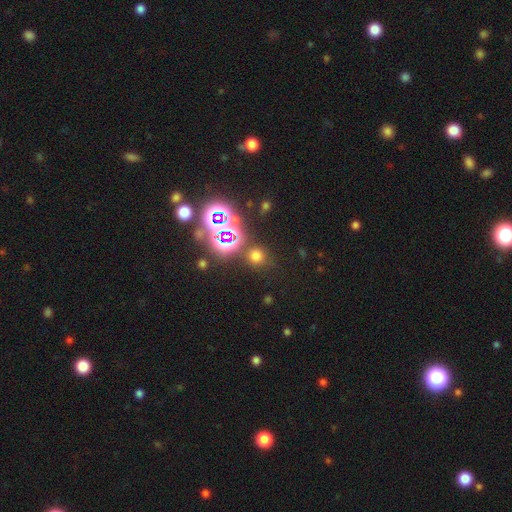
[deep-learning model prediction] Morphology: type=smooth (59%); roundness=round (90%); merging=none (80%).